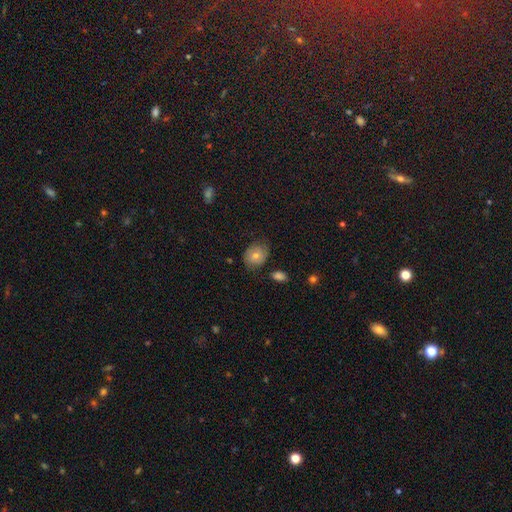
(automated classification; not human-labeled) Smooth or featured?
  - smooth: 52% *
  - featured or disk: 35%
  - star or artifact: 12%
How rounded?
  - round: 63% *
  - in between: 36%
  - cigar-shaped: 1%
Merging?
  - none: 71% *
  - minor disturbance: 20%
  - major disturbance: 7%
  - merger: 2%